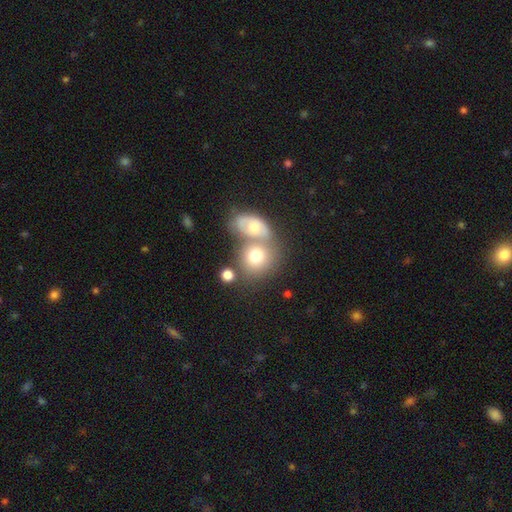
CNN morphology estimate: The model was most divided on "merging": merger: 51%, none: 35%, minor disturbance: 10%, major disturbance: 5%. More confident: smooth or featured — smooth (70%); how rounded — round (69%).